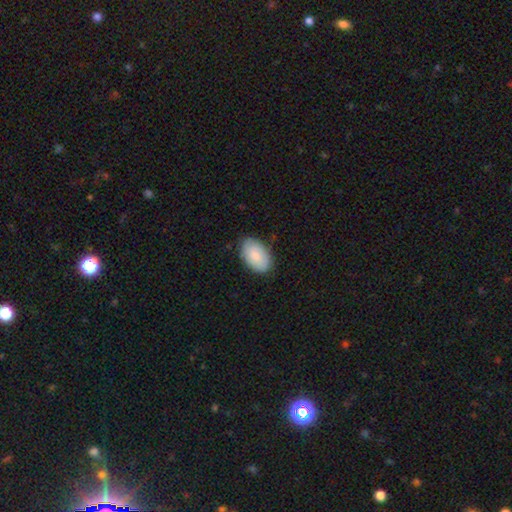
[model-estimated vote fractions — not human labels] smooth 79%, featured or disk 16%, star or artifact 6%. Down the decision tree: how rounded — in between (92%); merging — none (83%).